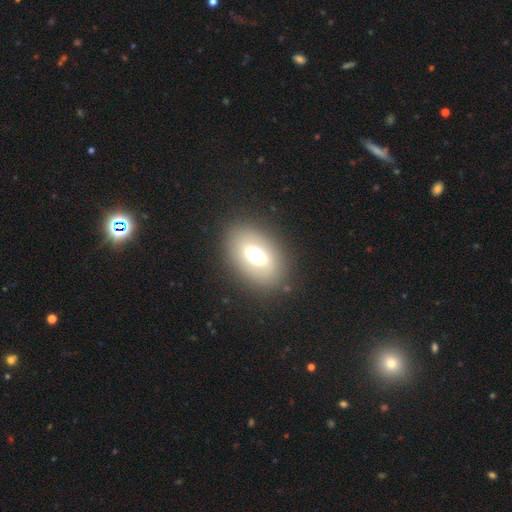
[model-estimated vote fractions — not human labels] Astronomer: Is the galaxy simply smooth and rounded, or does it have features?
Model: smooth — 62%.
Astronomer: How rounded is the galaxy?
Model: in between — 81%.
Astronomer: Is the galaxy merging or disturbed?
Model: none — 83%.